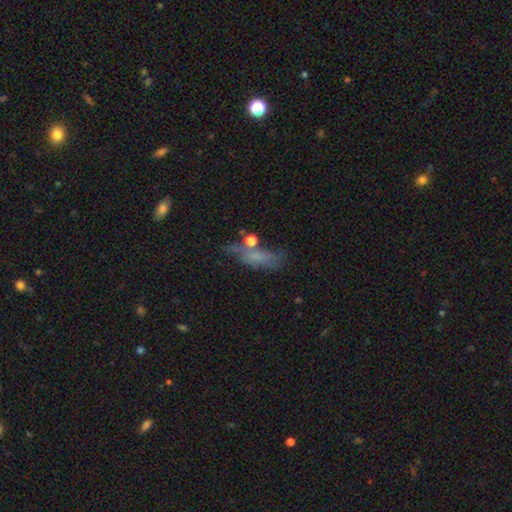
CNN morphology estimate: smooth-or-featured: smooth: 54% | featured or disk: 29% | star or artifact: 17%
  how-rounded: in between: 51% | cigar-shaped: 43% | round: 6%
  merging: none: 50% | minor disturbance: 25% | major disturbance: 16% | merger: 9%